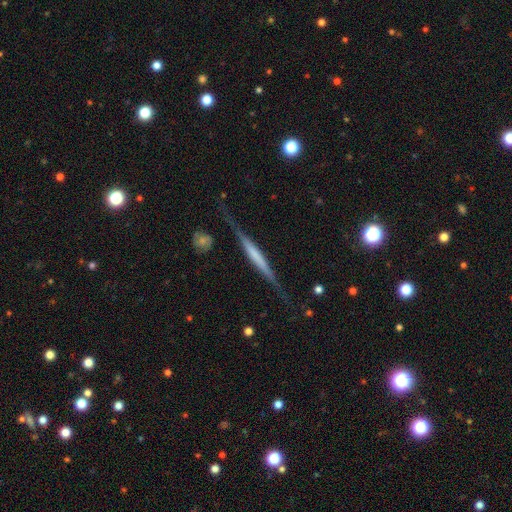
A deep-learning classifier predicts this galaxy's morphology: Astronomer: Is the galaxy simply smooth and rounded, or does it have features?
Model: featured or disk — 71%.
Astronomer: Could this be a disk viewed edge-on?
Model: yes — 94%.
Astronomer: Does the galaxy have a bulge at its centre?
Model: none — 51% (runner-up: boxy, 29%).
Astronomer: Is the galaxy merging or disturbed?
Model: none — 71%.